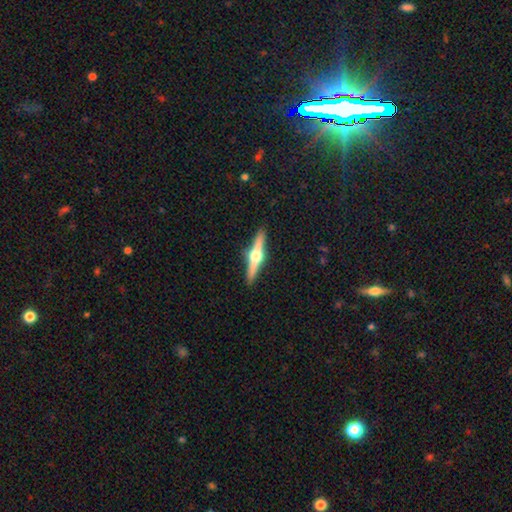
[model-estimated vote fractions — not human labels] This is likely a featured or disk galaxy (79%). It is clearly viewed edge-on (98%). Edge-on bulge: clearly rounded (96%). Merging: clearly none (91%).